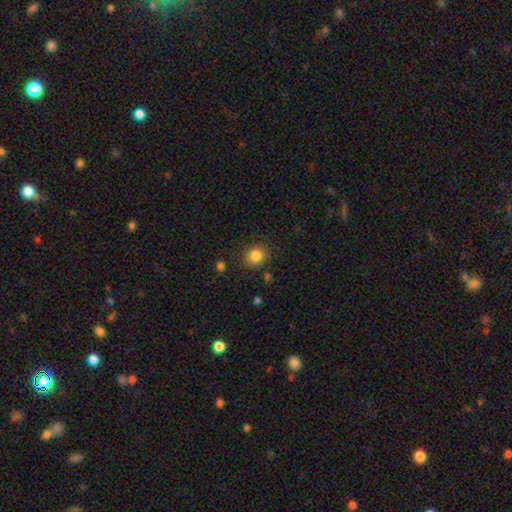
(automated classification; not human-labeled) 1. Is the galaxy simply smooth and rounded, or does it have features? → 84% smooth, 10% star or artifact, 6% featured or disk.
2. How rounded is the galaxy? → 77% round, 22% in between, 1% cigar-shaped.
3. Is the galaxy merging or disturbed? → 86% none, 9% minor disturbance, 3% major disturbance, 2% merger.